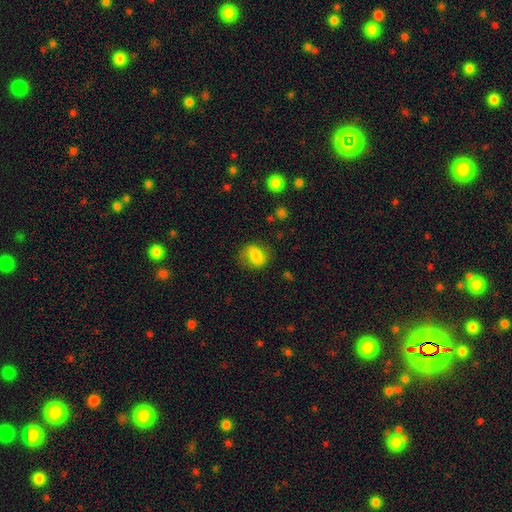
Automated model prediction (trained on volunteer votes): Q: Smooth or featured?
A: smooth (73%); runner-up: featured or disk (18%)
Q: How rounded?
A: in between (56%); runner-up: round (42%)
Q: Merging?
A: none (67%); runner-up: minor disturbance (21%)